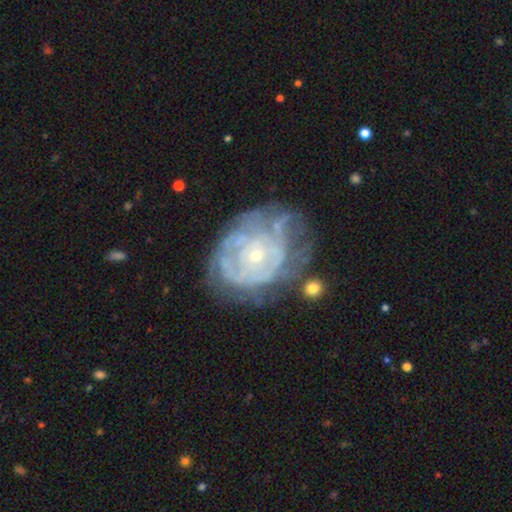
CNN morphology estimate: Smooth or featured? featured or disk (77%)
Edge-on disk? no (97%)
Bar? no (85%)
Spiral arms? yes (65%)
Bulge size? small (76%)
Merging? none (48%)